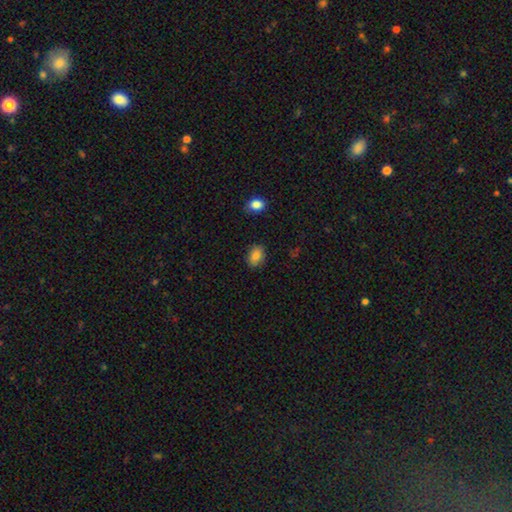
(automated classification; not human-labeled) Smooth or featured: smooth — 85% (star or artifact — 9%)
How rounded: in between — 74% (round — 24%)
Merging: none — 84% (minor disturbance — 12%)